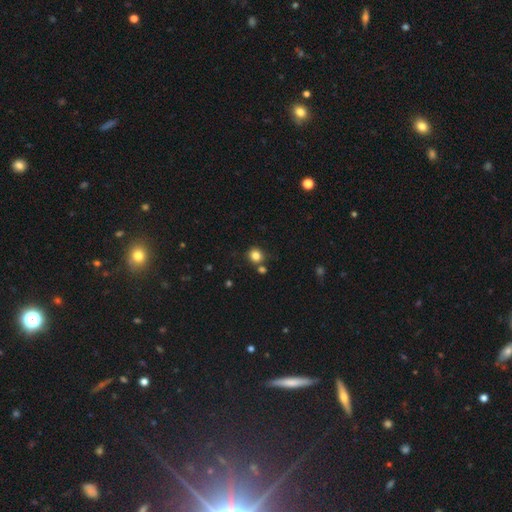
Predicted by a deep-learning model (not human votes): Overall: smooth (82%). How rounded: round (87%). Merging: none (75%).